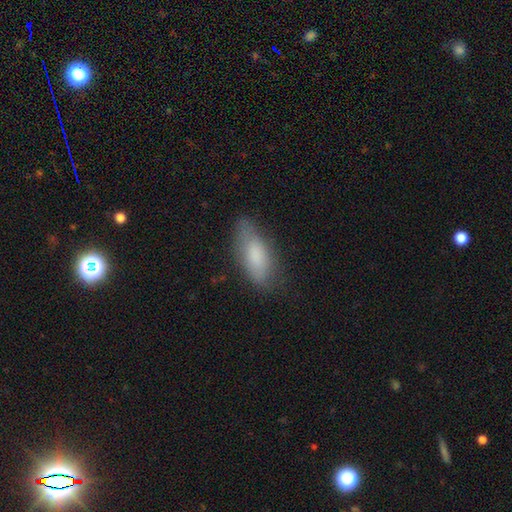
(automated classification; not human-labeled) Smooth or featured?
  - smooth: 79% *
  - featured or disk: 14%
  - star or artifact: 7%
How rounded?
  - in between: 76% *
  - cigar-shaped: 22%
  - round: 2%
Merging?
  - none: 70% *
  - minor disturbance: 23%
  - major disturbance: 6%
  - merger: 1%